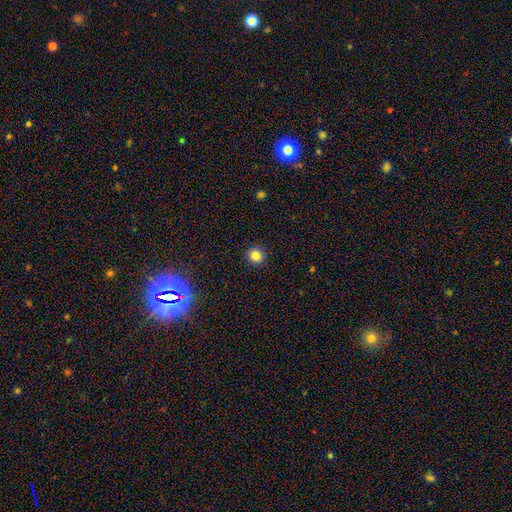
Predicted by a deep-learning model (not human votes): Smooth or featured?
  - smooth: 83% *
  - star or artifact: 12%
  - featured or disk: 5%
How rounded?
  - round: 93% *
  - in between: 6%
  - cigar-shaped: 1%
Merging?
  - none: 92% *
  - minor disturbance: 5%
  - major disturbance: 2%
  - merger: 1%